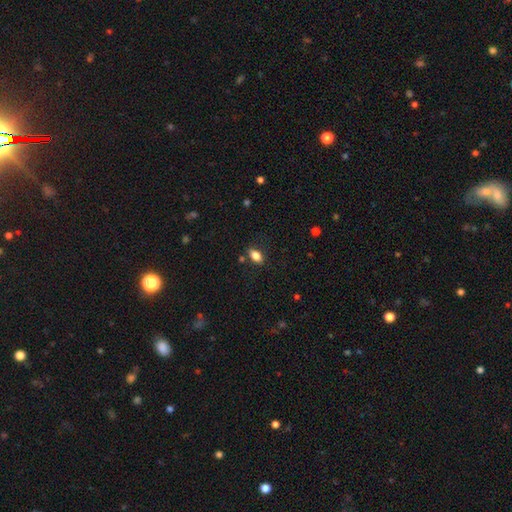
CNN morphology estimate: Smooth or featured?
  - smooth: 84% *
  - star or artifact: 9%
  - featured or disk: 7%
How rounded?
  - in between: 87% *
  - round: 9%
  - cigar-shaped: 4%
Merging?
  - none: 82% *
  - minor disturbance: 12%
  - merger: 3%
  - major disturbance: 3%